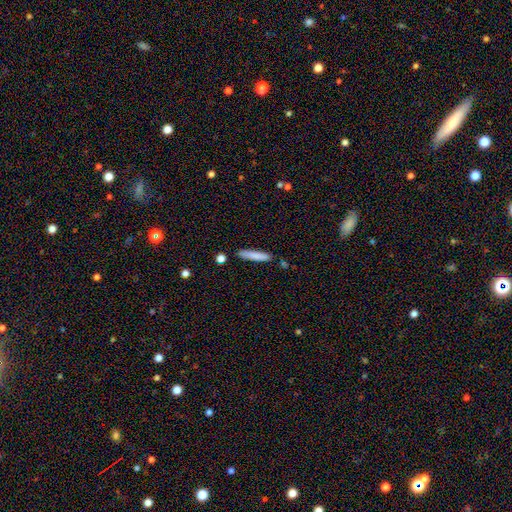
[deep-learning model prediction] smooth 83%, featured or disk 11%, star or artifact 7%. Down the decision tree: how rounded — cigar-shaped (87%); merging — none (84%).